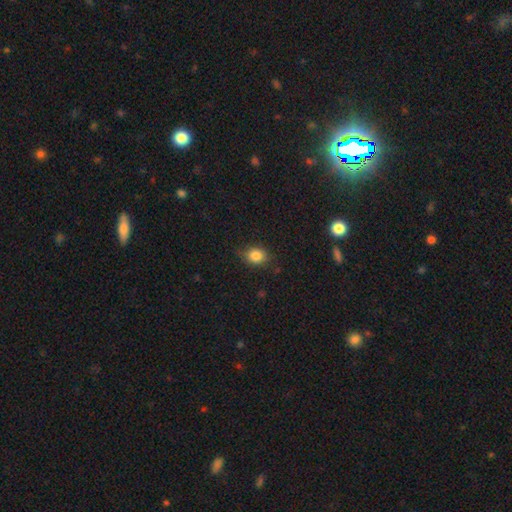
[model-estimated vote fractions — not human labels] Smooth or featured?
  - smooth: 83% *
  - star or artifact: 11%
  - featured or disk: 6%
How rounded?
  - in between: 51% *
  - round: 48%
  - cigar-shaped: 1%
Merging?
  - none: 80% *
  - minor disturbance: 15%
  - major disturbance: 3%
  - merger: 1%